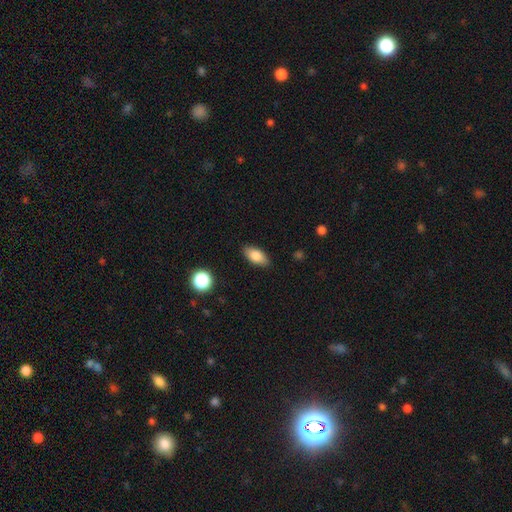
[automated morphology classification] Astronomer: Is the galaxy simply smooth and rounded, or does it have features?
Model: smooth — 82%.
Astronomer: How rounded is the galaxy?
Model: in between — 88%.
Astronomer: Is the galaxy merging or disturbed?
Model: none — 86%.